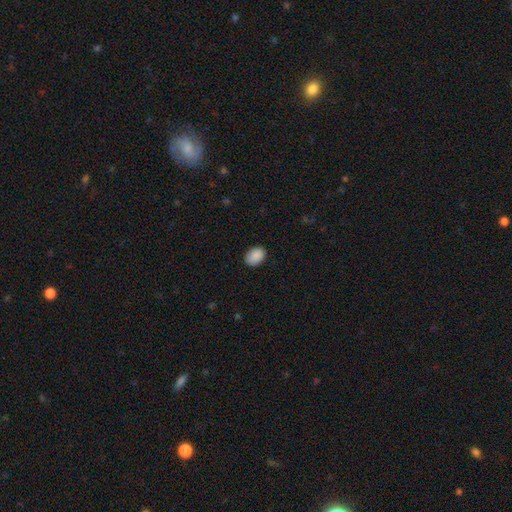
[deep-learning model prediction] A smooth galaxy with no disk features (90%) that is in between round and cigar-shaped (75%). Merging: none (84%).